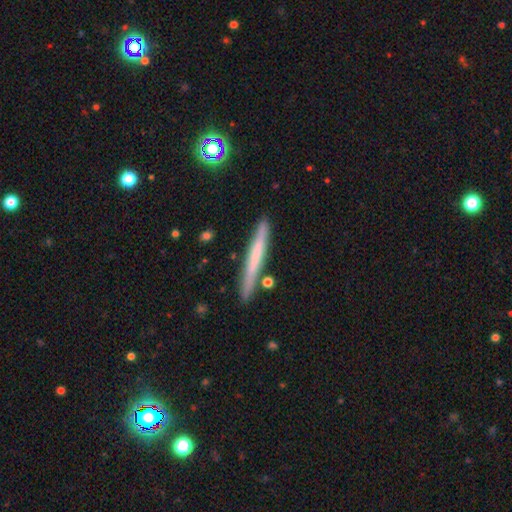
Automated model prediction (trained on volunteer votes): smooth 54%, featured or disk 39%, star or artifact 7%. Down the decision tree: how rounded — cigar-shaped (97%); merging — none (86%).